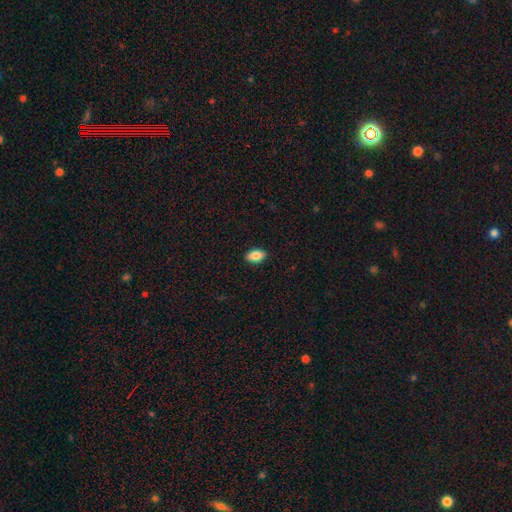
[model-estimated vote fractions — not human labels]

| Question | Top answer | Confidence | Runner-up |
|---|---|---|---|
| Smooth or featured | smooth | 86% | star or artifact (7%) |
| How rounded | in between | 92% | round (5%) |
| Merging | none | 90% | minor disturbance (7%) |